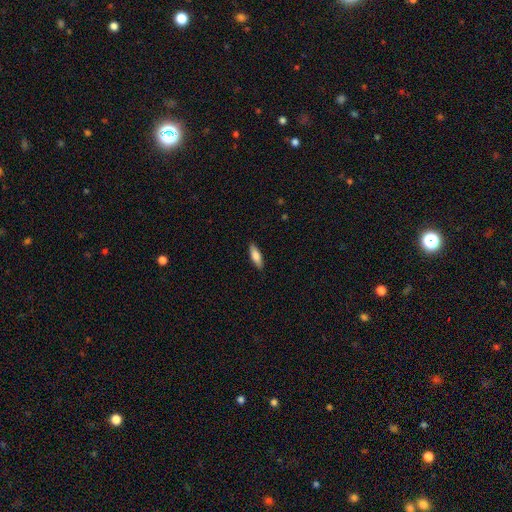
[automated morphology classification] A smooth galaxy with no disk features (79%) that is in between round and cigar-shaped (55%). Merging: none (88%).